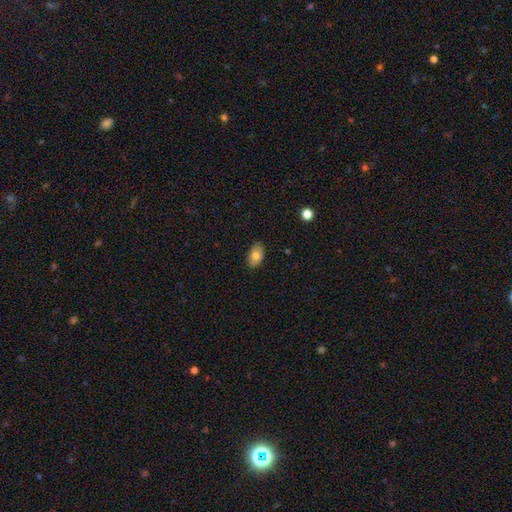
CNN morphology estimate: This appears to be a smooth galaxy with no disk features (78%) that is in between round and cigar-shaped (91%). Merging: none (86%).